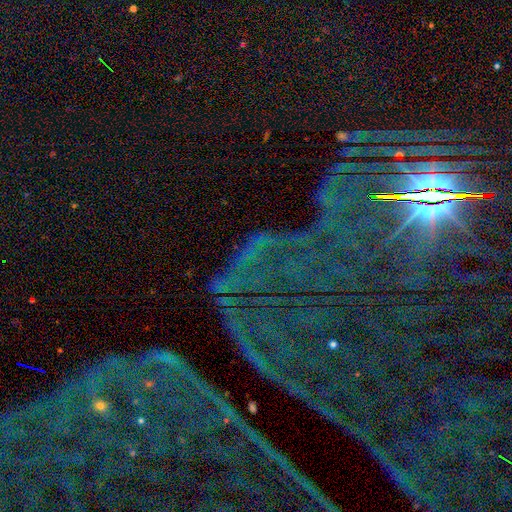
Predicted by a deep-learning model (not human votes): star or artifact 79%, featured or disk 12%, smooth 9%.